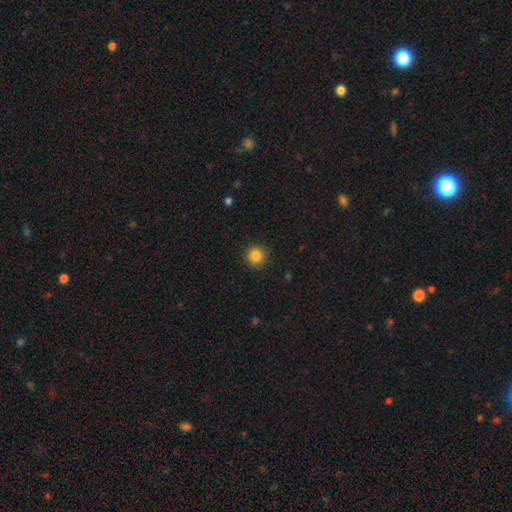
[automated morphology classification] Smooth or featured?
  - smooth: 85% *
  - star or artifact: 11%
  - featured or disk: 4%
How rounded?
  - round: 95% *
  - in between: 4%
  - cigar-shaped: 1%
Merging?
  - none: 90% *
  - minor disturbance: 7%
  - major disturbance: 2%
  - merger: 1%